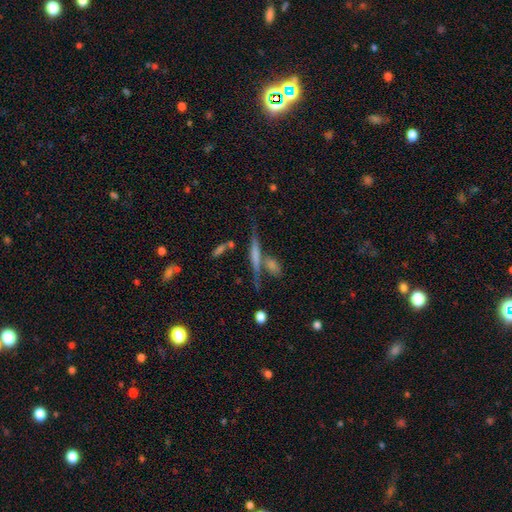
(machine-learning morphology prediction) This appears to be a featured or disk galaxy (48%). Merging: none (61%).